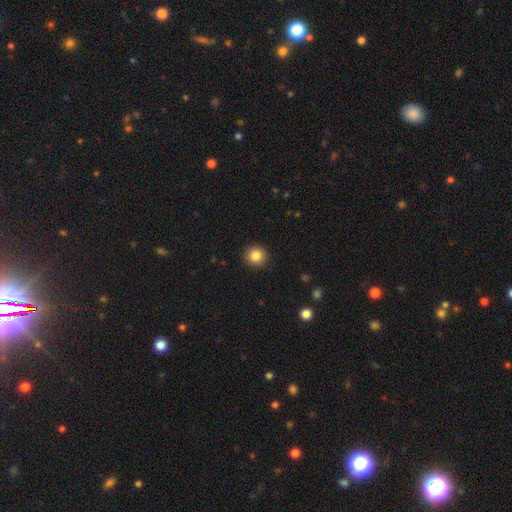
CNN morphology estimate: smooth 85%, star or artifact 10%, featured or disk 5%. Down the decision tree: how rounded — round (92%); merging — none (92%).